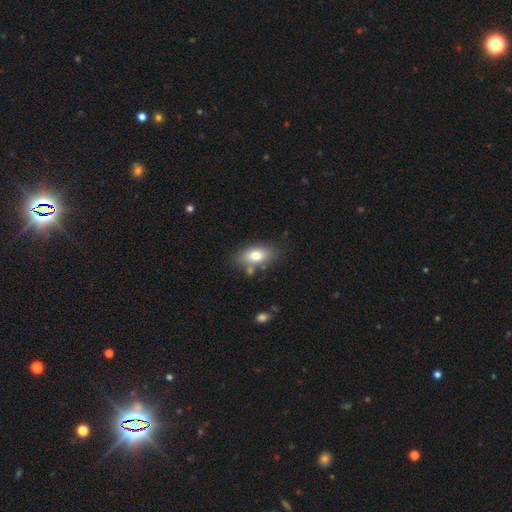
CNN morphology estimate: Smooth or featured? smooth (75%)
How rounded? in between (87%)
Merging? none (73%)